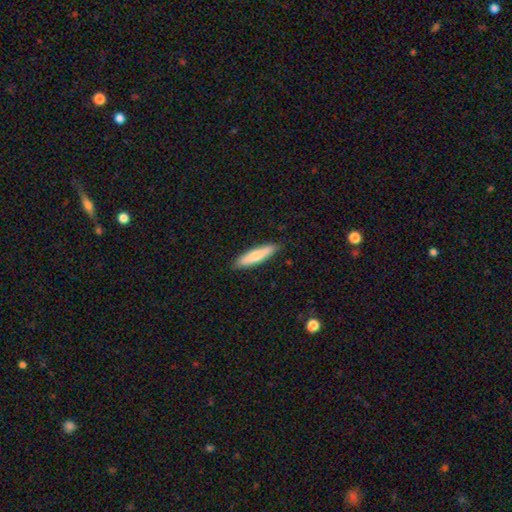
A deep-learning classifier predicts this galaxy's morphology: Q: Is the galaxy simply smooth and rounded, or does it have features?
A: smooth — 73%.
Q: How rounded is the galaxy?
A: cigar-shaped — 82%.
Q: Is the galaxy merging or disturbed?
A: none — 89%.